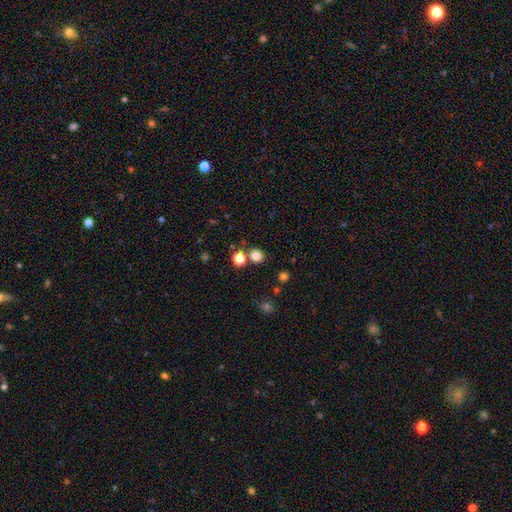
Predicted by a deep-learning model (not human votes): Smooth or featured? Predicted: smooth (p=0.81). How rounded? Predicted: round (p=0.87). Merging? Predicted: none (p=0.79).